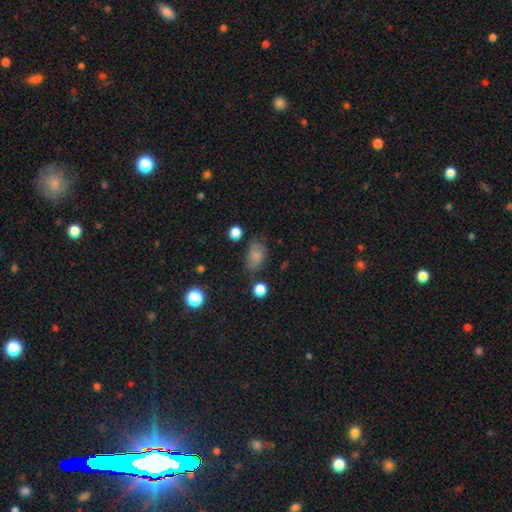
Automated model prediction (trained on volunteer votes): This appears to be a smooth galaxy with no disk features (77%) that is in between round and cigar-shaped (81%). Merging: none (59%).